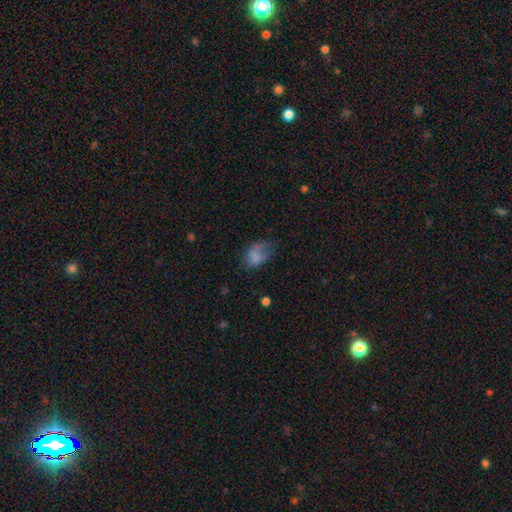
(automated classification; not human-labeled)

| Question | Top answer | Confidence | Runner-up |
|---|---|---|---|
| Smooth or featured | smooth | 71% | featured or disk (18%) |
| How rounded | in between | 82% | round (17%) |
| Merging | none | 36% | minor disturbance (32%) |